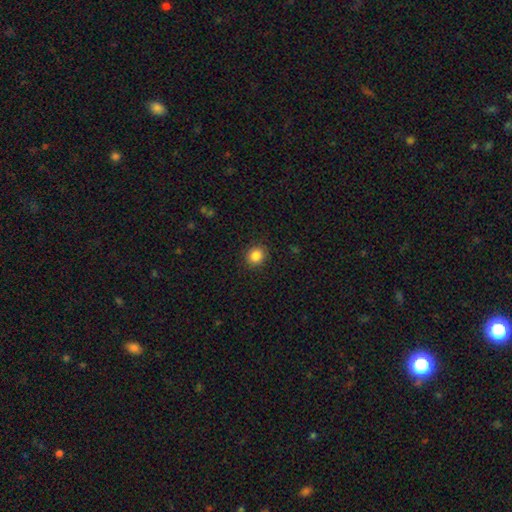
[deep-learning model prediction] Smooth or featured? Predicted: smooth (p=0.86). How rounded? Predicted: round (p=0.82). Merging? Predicted: none (p=0.90).